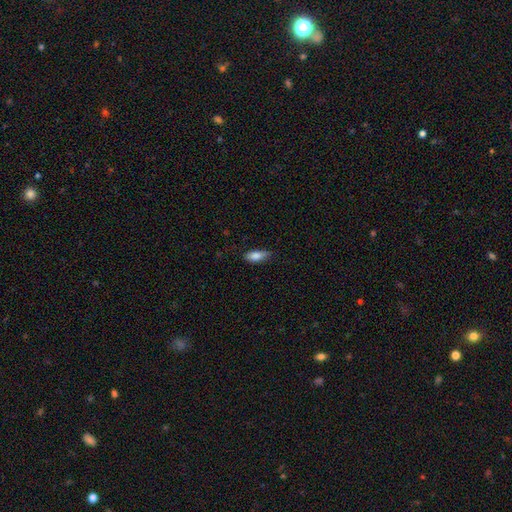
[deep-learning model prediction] smooth 83%, featured or disk 10%, star or artifact 7%. Down the decision tree: how rounded — in between (78%); merging — none (67%).